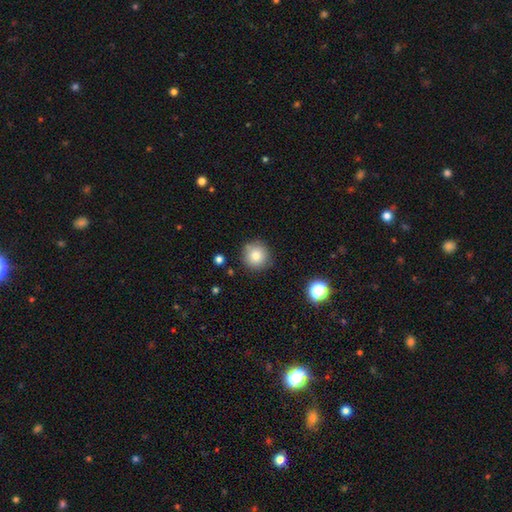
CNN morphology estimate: smooth 80%, star or artifact 11%, featured or disk 9%. Down the decision tree: how rounded — round (94%); merging — none (84%).